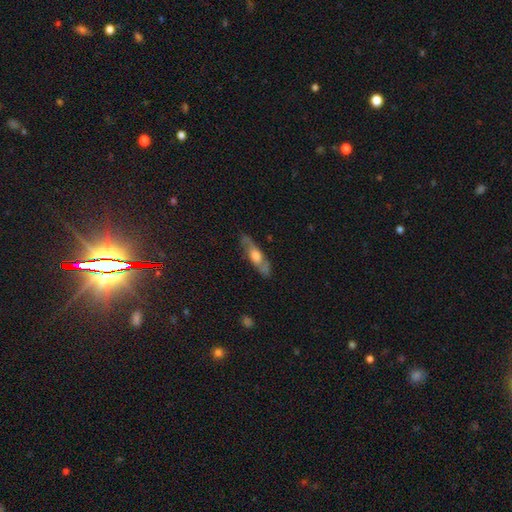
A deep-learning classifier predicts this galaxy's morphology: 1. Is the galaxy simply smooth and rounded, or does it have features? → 60% featured or disk, 34% smooth, 6% star or artifact.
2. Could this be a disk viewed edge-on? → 50% yes (tied), 50% no (tied).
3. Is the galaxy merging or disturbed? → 79% none, 15% minor disturbance, 4% major disturbance, 2% merger.